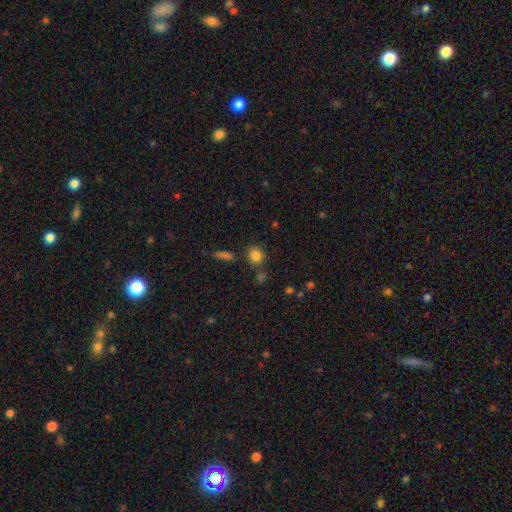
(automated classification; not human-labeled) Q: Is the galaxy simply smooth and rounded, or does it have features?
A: smooth — 83%.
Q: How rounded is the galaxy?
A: round — 79%.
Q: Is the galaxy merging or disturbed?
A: none — 77%.